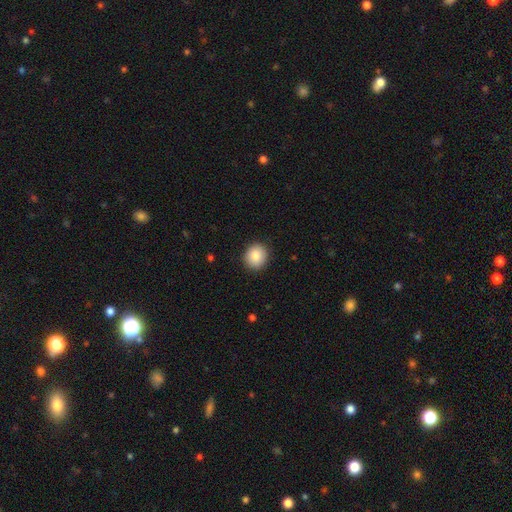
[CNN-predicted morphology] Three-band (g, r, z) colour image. It shows a smooth galaxy with no disk features (86%) that is round (81%). Merging: none (90%).